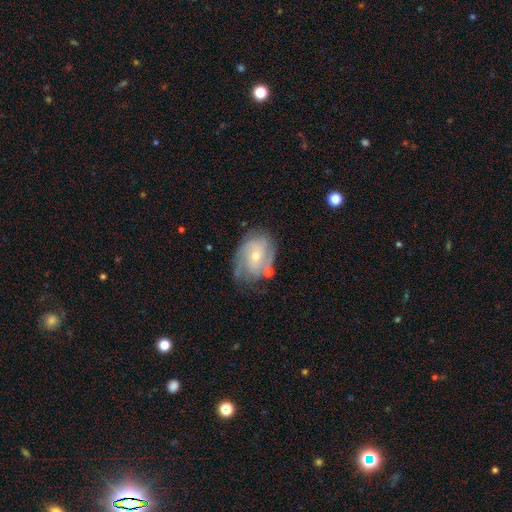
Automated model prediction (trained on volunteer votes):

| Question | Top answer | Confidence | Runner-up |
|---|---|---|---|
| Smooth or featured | featured or disk | 73% | smooth (20%) |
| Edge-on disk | no | 97% | yes (3%) |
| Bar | no | 60% | weak (34%) |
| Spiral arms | yes | 87% | no (13%) |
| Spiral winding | tight | 46% | medium (39%) |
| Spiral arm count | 2 | 36% | can't tell (32%) |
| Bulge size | small | 57% | moderate (39%) |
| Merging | none | 60% | minor disturbance (24%) |